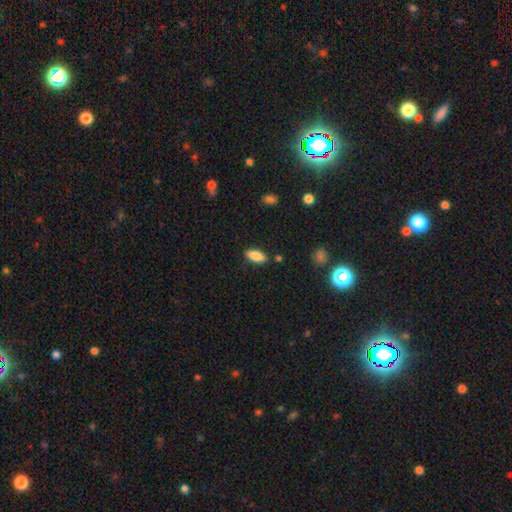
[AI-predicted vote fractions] This is clearly a smooth galaxy (85%). How rounded: clearly in between (86%). Merging: clearly none (85%).